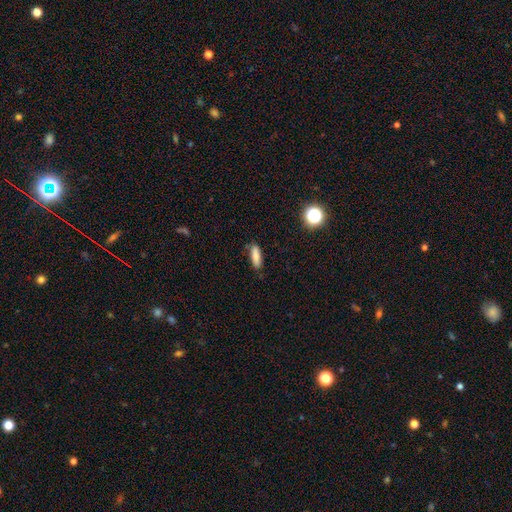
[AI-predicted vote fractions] smooth_or_featured: smooth (p=0.82) [alt: star or artifact p=0.09]
how_rounded: cigar-shaped (p=0.49) [alt: in between p=0.48]
merging: none (p=0.81) [alt: minor disturbance p=0.14]